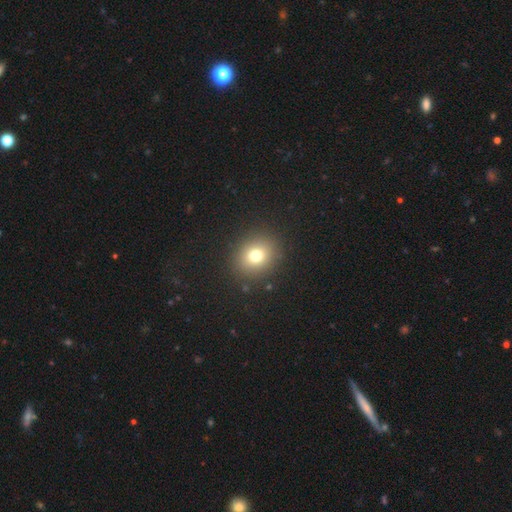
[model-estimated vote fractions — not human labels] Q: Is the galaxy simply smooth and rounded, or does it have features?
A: smooth — 75%.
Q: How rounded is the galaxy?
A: round — 74%.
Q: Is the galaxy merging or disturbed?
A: none — 89%.